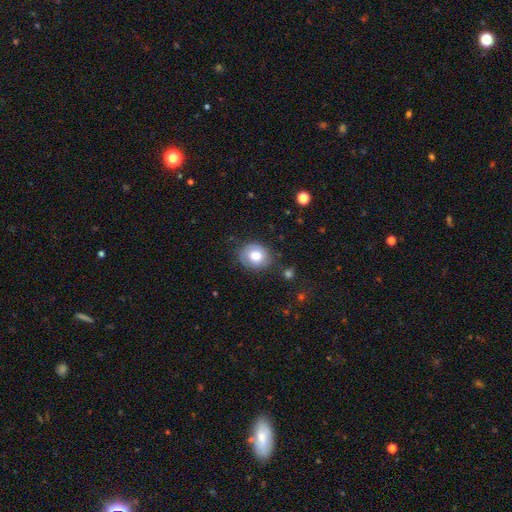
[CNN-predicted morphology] A smooth galaxy with no disk features (74%) that is round (72%). Merging: none (80%).